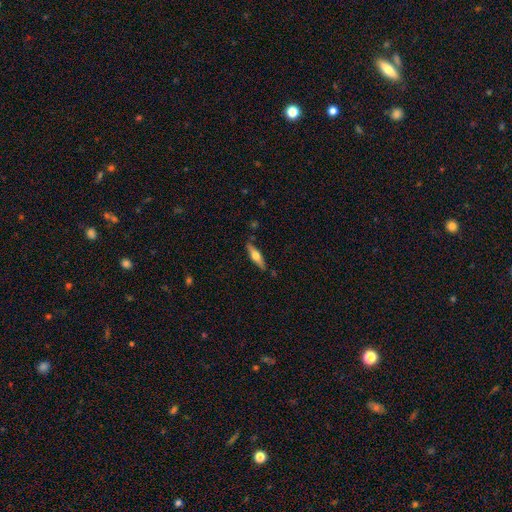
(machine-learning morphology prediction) A featured or disk galaxy (56%) viewed edge-on (94%) with a rounded central bulge (93%). Merging: none (85%).